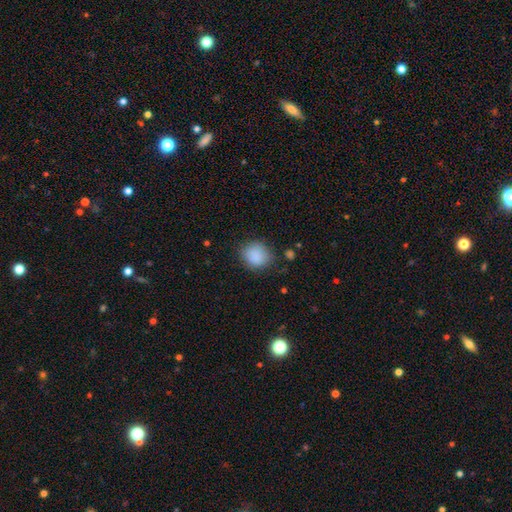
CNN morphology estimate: Smooth or featured?
  - smooth: 87% *
  - star or artifact: 9%
  - featured or disk: 4%
How rounded?
  - round: 74% *
  - in between: 25%
  - cigar-shaped: 1%
Merging?
  - none: 79% *
  - minor disturbance: 15%
  - major disturbance: 4%
  - merger: 2%